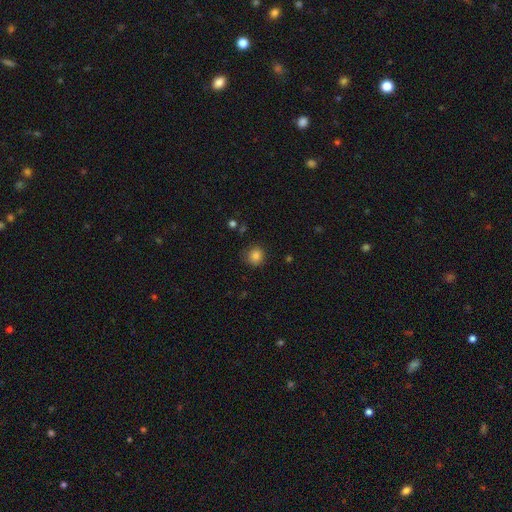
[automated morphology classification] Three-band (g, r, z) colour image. It shows a smooth galaxy with no disk features (84%) that is round (90%). Merging: none (82%).